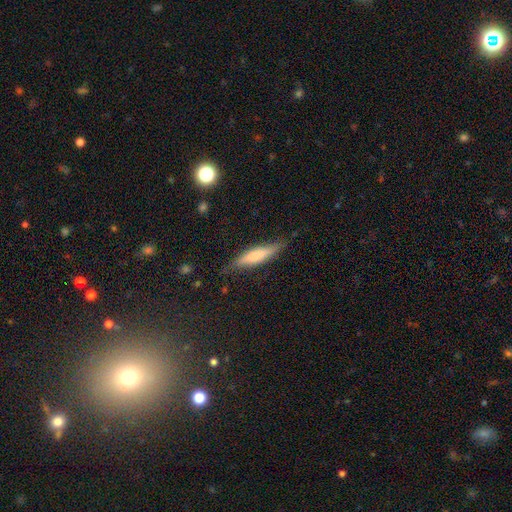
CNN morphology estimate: smooth_or_featured: smooth (p=0.64) [alt: featured or disk p=0.30]
how_rounded: cigar-shaped (p=0.79) [alt: in between p=0.19]
merging: none (p=0.79) [alt: minor disturbance p=0.16]